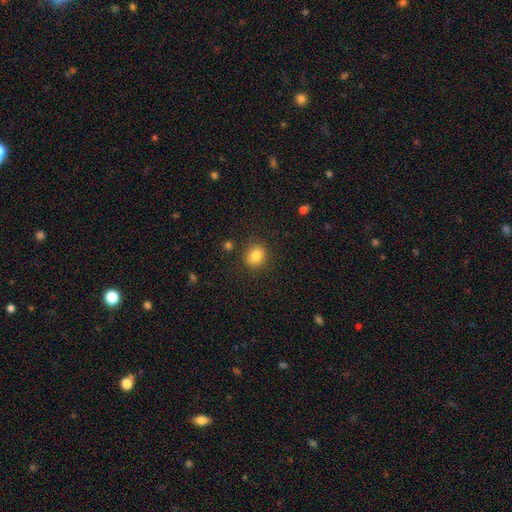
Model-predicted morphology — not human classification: A smooth galaxy with no disk features (83%) that is round (73%).

Vote fractions:
- Smooth or featured? smooth: 83% / star or artifact: 10% / featured or disk: 7%
- How rounded? round: 73% / in between: 26% / cigar-shaped: 1%
- Merging? none: 86% / minor disturbance: 9% / major disturbance: 3% / merger: 2%